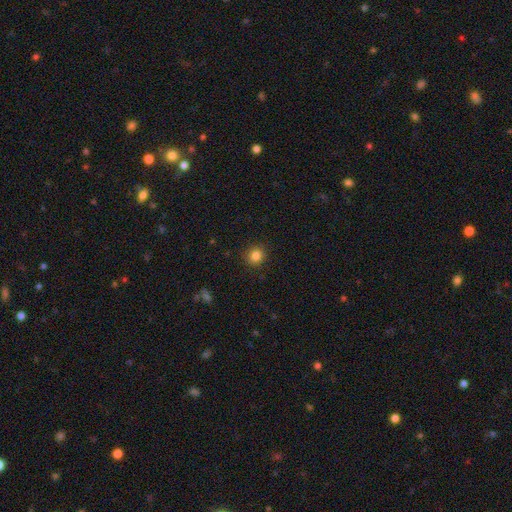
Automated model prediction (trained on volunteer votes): Smooth or featured? smooth (84%)
How rounded? round (89%)
Merging? none (90%)